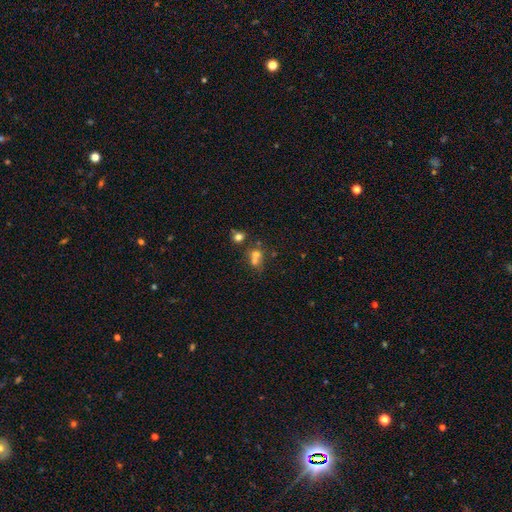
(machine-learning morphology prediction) Smooth or featured? Predicted: smooth (p=0.60). How rounded? Predicted: round (p=0.69). Merging? Predicted: merger (p=0.56).